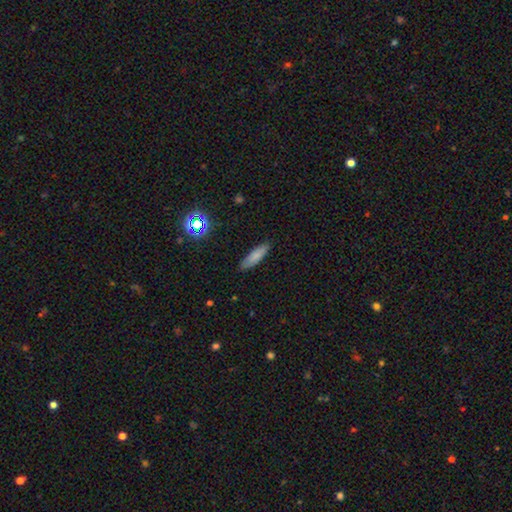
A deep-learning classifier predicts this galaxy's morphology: A smooth galaxy with no disk features (80%) that is cigar-shaped (59%). Merging: none (85%).